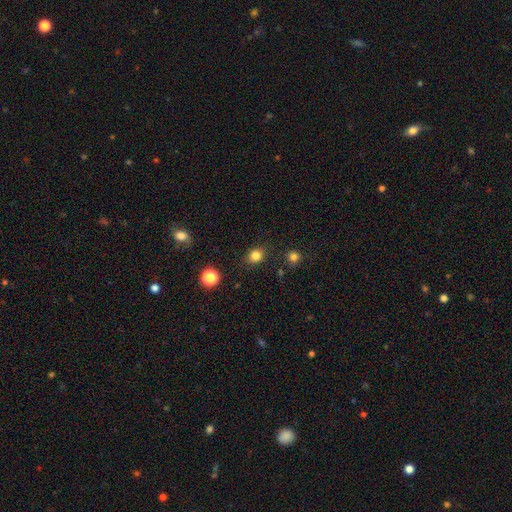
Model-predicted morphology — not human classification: Smooth or featured? Predicted: smooth (p=0.83). How rounded? Predicted: round (p=0.65). Merging? Predicted: none (p=0.85).